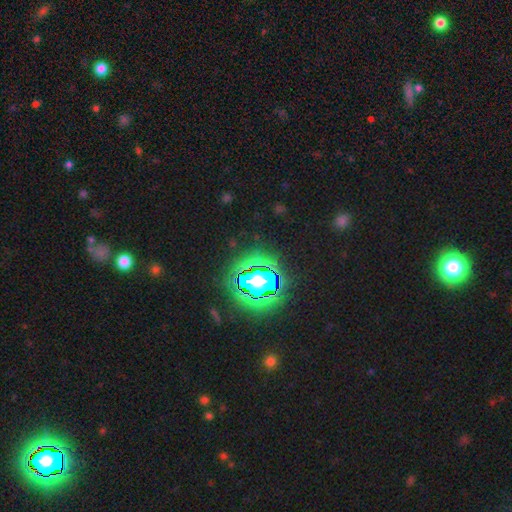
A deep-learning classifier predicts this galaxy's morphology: type=star or artifact (70%).